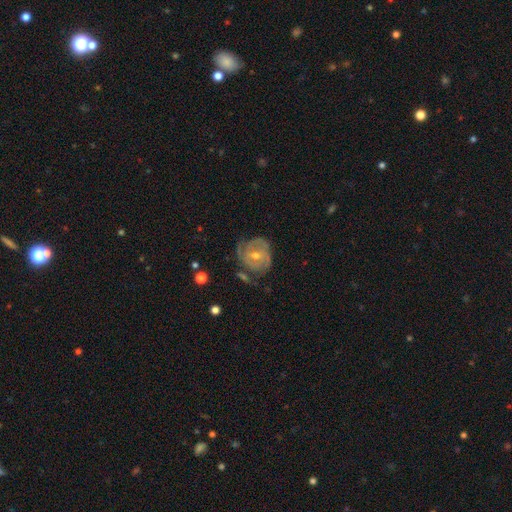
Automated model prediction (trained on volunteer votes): smooth_or_featured: featured or disk (p=0.79) [alt: smooth p=0.14]
disk_edge_on: no (p=0.97) [alt: yes p=0.03]
bar: no (p=0.57) [alt: weak p=0.34]
has_spiral_arms: yes (p=0.88) [alt: no p=0.12]
spiral_winding: tight (p=0.68) [alt: medium p=0.25]
spiral_arm_count: 2 (p=0.35) [alt: can't tell p=0.32]
bulge_size: moderate (p=0.56) [alt: small p=0.41]
merging: none (p=0.64) [alt: minor disturbance p=0.22]